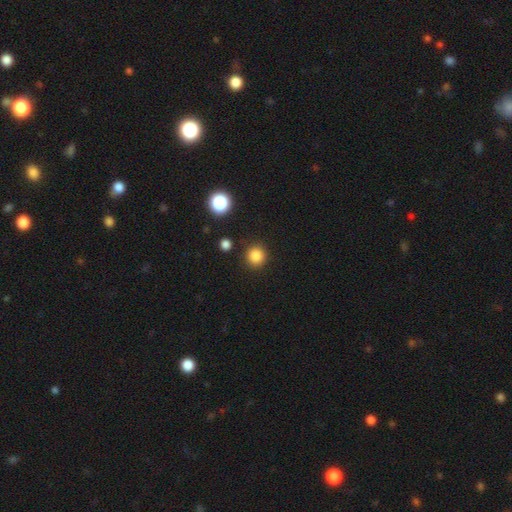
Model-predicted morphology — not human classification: Smooth or featured? smooth (85%)
How rounded? round (92%)
Merging? none (89%)